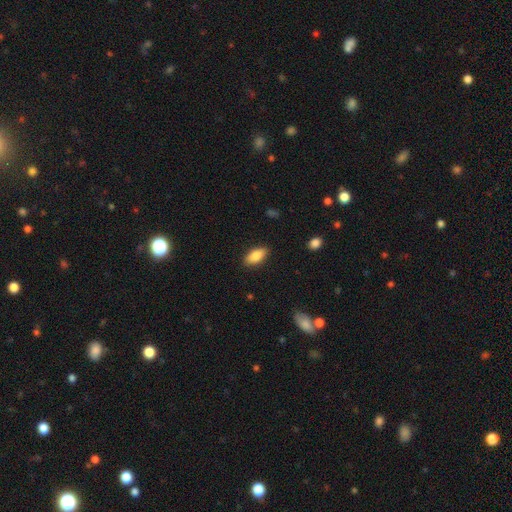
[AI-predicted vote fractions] A smooth galaxy with no disk features (85%) that is in between round and cigar-shaped (88%).

Vote fractions:
- Smooth or featured? smooth: 85% / featured or disk: 8% / star or artifact: 7%
- How rounded? in between: 88% / cigar-shaped: 9% / round: 3%
- Merging? none: 86% / minor disturbance: 10% / major disturbance: 2% / merger: 1%